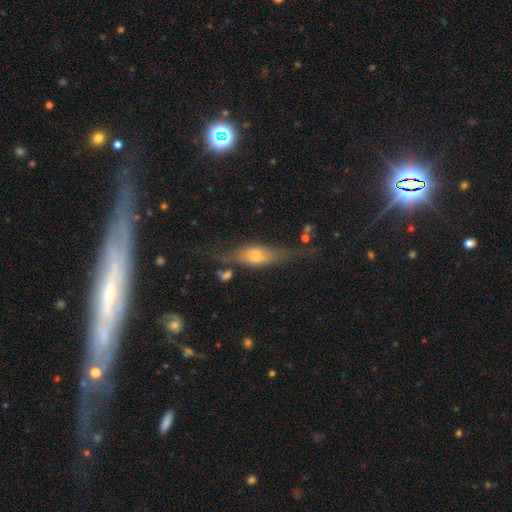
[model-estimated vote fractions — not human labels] smooth-or-featured: featured or disk: 56% | smooth: 36% | star or artifact: 9%
  disk-edge-on: yes: 74% | no: 26%
  merging: none: 58% | minor disturbance: 21% | major disturbance: 15% | merger: 5%